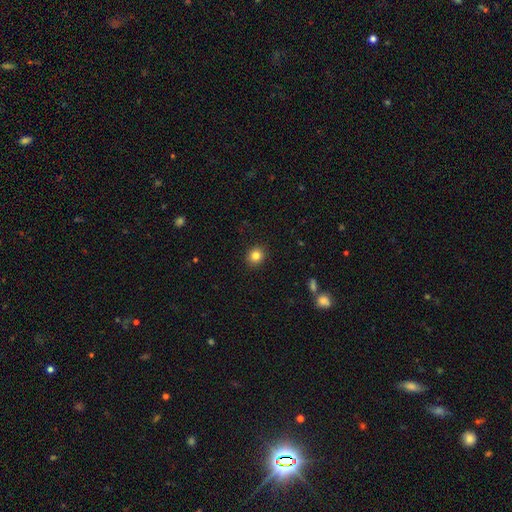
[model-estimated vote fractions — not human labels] The model was most divided on "how rounded": round: 79%, in between: 21%, cigar-shaped: 1%. More confident: merging — none (91%); smooth or featured — smooth (84%).